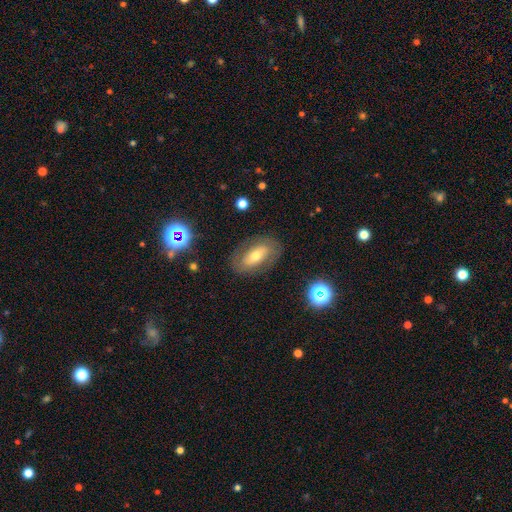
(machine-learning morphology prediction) The model was most divided on "smooth or featured": featured or disk: 49%, smooth: 40%, star or artifact: 11%. More confident: merging — none (79%).